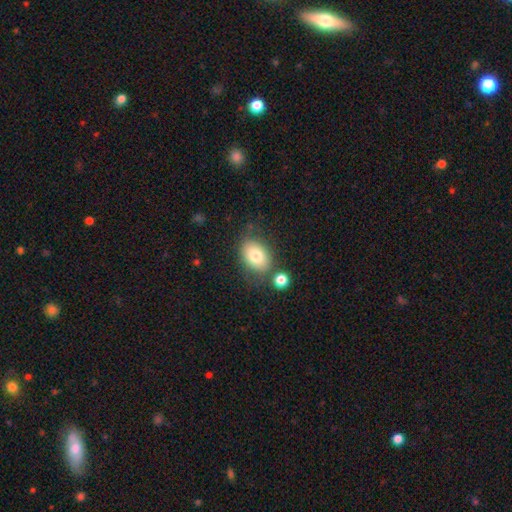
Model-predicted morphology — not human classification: Overall: smooth (78%). How rounded: in between (76%). Merging: none (68%).